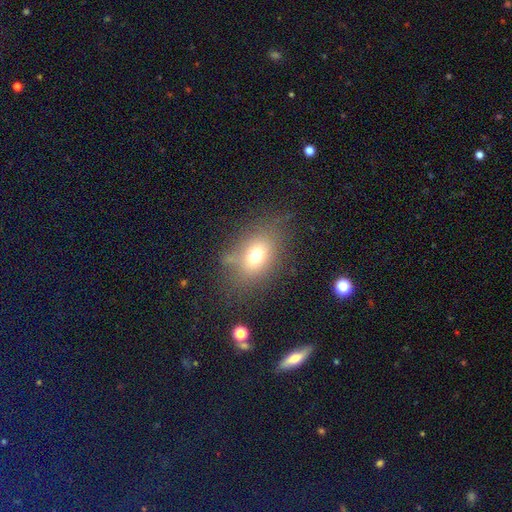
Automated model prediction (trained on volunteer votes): smooth 69%, featured or disk 16%, star or artifact 15%. Down the decision tree: how rounded — in between (69%); merging — none (70%).